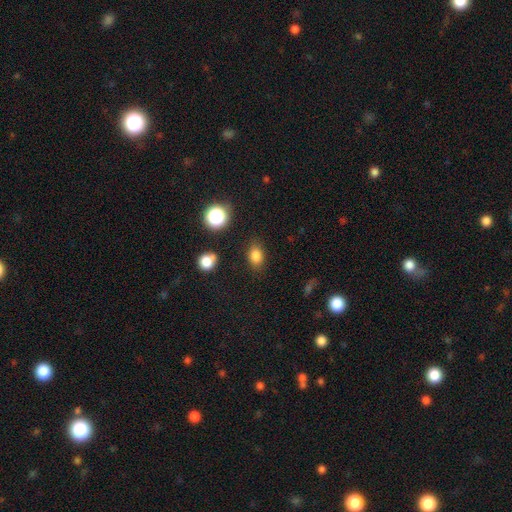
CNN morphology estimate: A smooth galaxy with no disk features (82%) that is in between round and cigar-shaped (71%). Merging: none (81%).